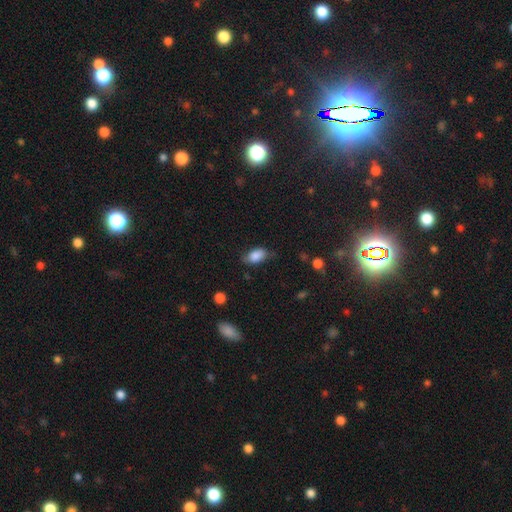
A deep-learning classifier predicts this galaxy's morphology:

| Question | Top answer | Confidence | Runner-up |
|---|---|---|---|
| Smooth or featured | smooth | 84% | featured or disk (8%) |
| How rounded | in between | 90% | round (7%) |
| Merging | none | 68% | minor disturbance (24%) |